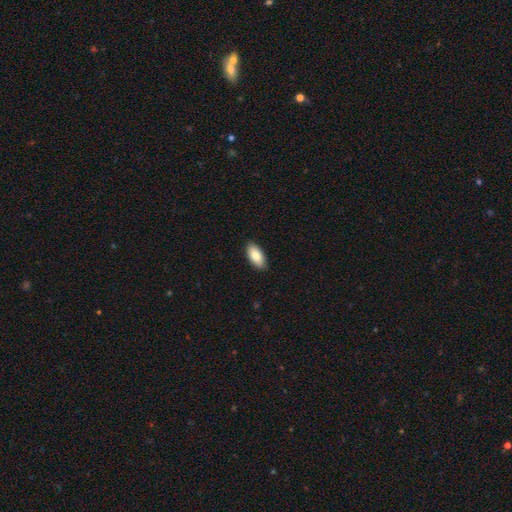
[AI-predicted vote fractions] smooth-or-featured: smooth: 85% | featured or disk: 9% | star or artifact: 6%
  how-rounded: in between: 92% | cigar-shaped: 6% | round: 2%
  merging: none: 89% | minor disturbance: 8% | major disturbance: 2% | merger: 1%